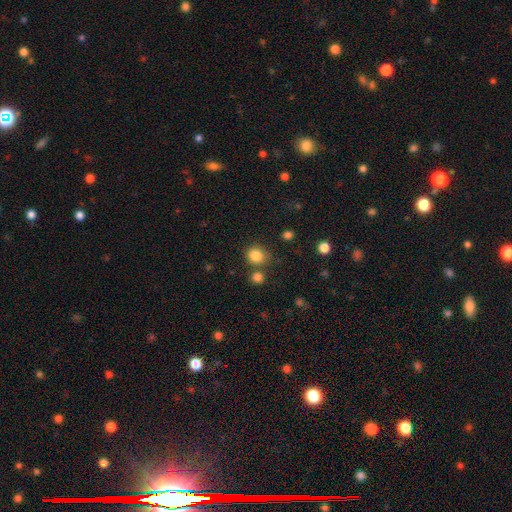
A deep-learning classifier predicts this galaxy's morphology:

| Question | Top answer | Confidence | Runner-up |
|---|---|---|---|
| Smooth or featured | smooth | 84% | star or artifact (12%) |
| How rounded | round | 80% | in between (20%) |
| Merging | none | 72% | merger (13%) |